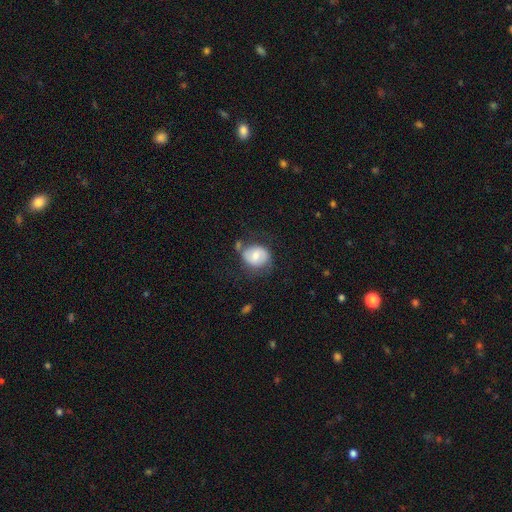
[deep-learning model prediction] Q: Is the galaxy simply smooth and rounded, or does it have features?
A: smooth — 57%.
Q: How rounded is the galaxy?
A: round — 58%.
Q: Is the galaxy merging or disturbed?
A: none — 54%.